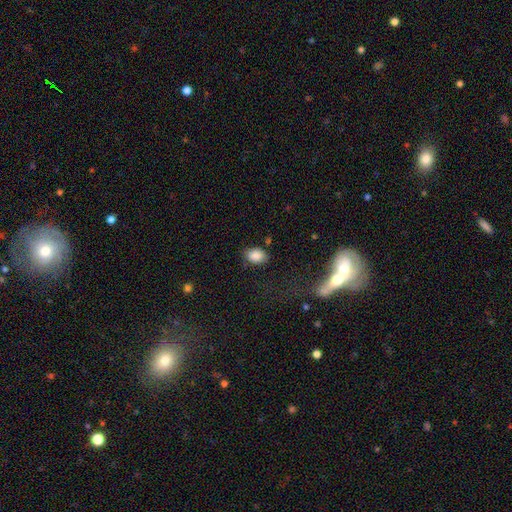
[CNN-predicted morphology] smooth-or-featured: smooth: 87% | star or artifact: 8% | featured or disk: 5%
  how-rounded: in between: 84% | round: 15% | cigar-shaped: 1%
  merging: none: 79% | minor disturbance: 15% | major disturbance: 4% | merger: 3%